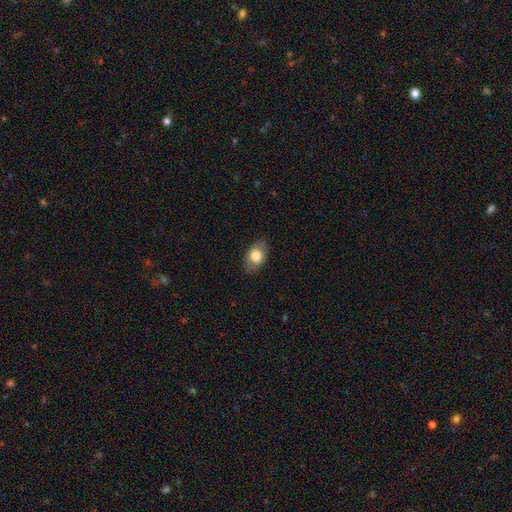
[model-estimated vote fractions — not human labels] Q: Smooth or featured?
A: smooth (75%); runner-up: featured or disk (18%)
Q: How rounded?
A: in between (86%); runner-up: round (13%)
Q: Merging?
A: none (83%); runner-up: minor disturbance (13%)